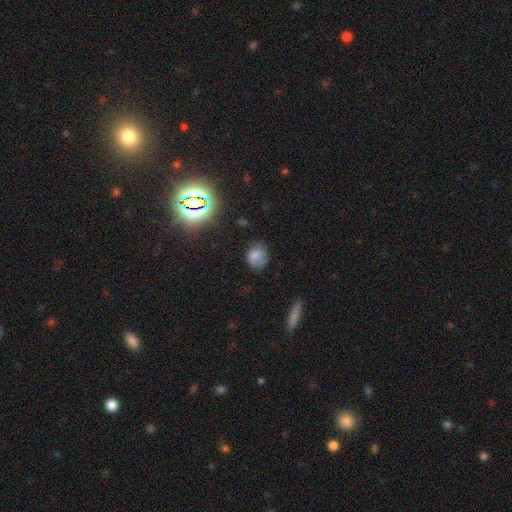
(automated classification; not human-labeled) This is likely a smooth galaxy (74%). How rounded: possibly round (59%). Merging: likely none (63%).